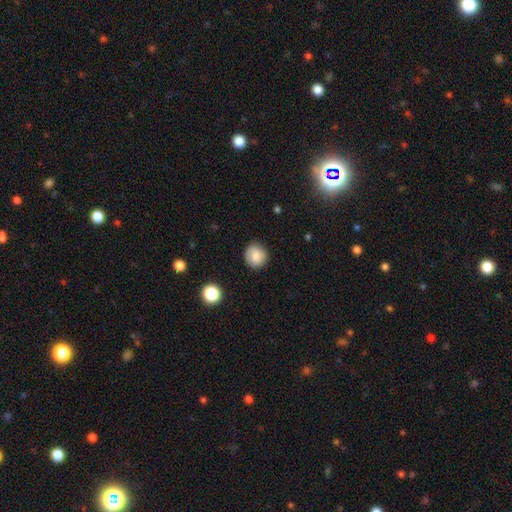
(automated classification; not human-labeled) Smooth or featured?
  - smooth: 83% *
  - star or artifact: 9%
  - featured or disk: 8%
How rounded?
  - round: 88% *
  - in between: 11%
  - cigar-shaped: 1%
Merging?
  - none: 88% *
  - minor disturbance: 8%
  - major disturbance: 2%
  - merger: 1%